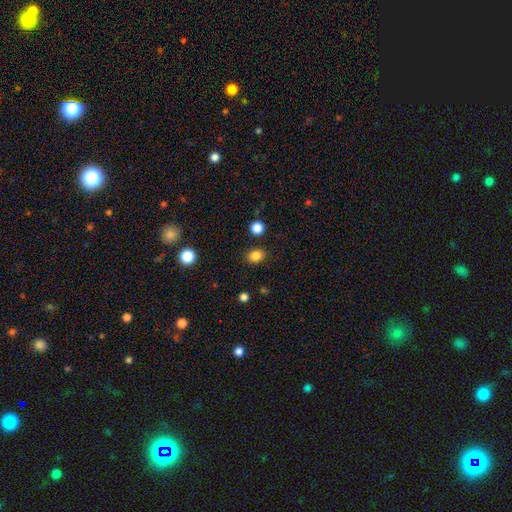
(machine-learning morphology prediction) smooth-or-featured: smooth: 84% | star or artifact: 11% | featured or disk: 4%
  how-rounded: round: 50% | in between: 49% | cigar-shaped: 1%
  merging: none: 87% | minor disturbance: 8% | major disturbance: 2% | merger: 2%